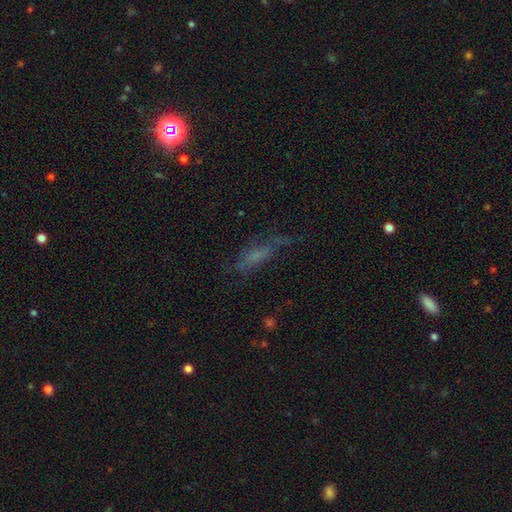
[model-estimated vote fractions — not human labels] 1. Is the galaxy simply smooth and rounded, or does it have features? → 44% smooth, 36% featured or disk, 20% star or artifact.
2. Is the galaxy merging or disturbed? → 48% none, 25% minor disturbance, 24% major disturbance, 3% merger.